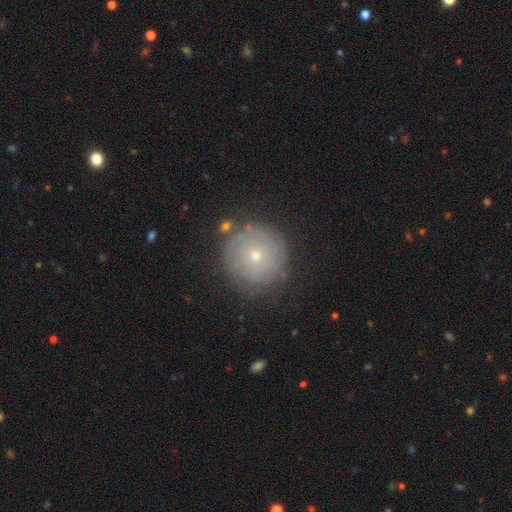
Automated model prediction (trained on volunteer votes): This is possibly a featured or disk galaxy (46%). Merging: clearly none (81%).